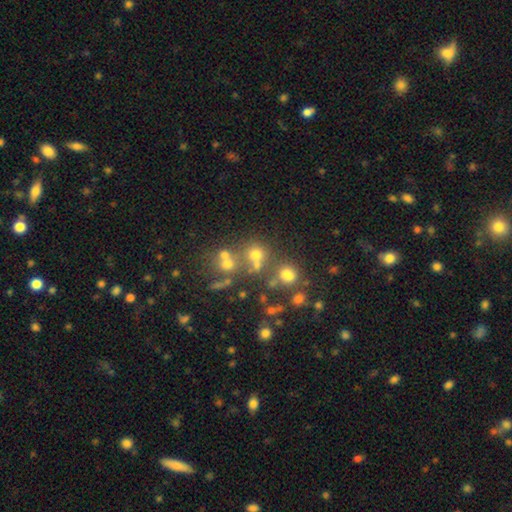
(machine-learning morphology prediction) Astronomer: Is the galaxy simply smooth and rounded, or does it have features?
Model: smooth — 56%.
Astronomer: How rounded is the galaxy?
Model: round — 84%.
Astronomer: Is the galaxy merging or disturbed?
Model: none — 57%.